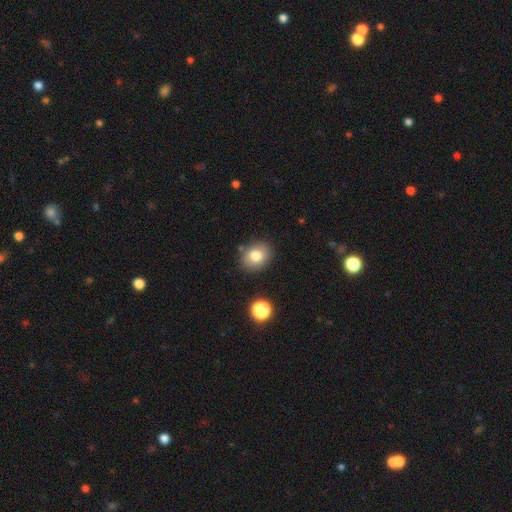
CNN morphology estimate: Smooth or featured? Predicted: smooth (p=0.80). How rounded? Predicted: round (p=0.54). Merging? Predicted: none (p=0.84).